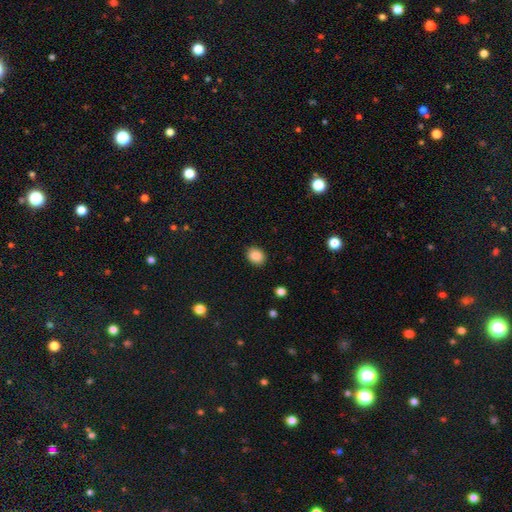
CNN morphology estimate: This is clearly a smooth galaxy (86%). How rounded: possibly round (50%). Merging: clearly none (89%).